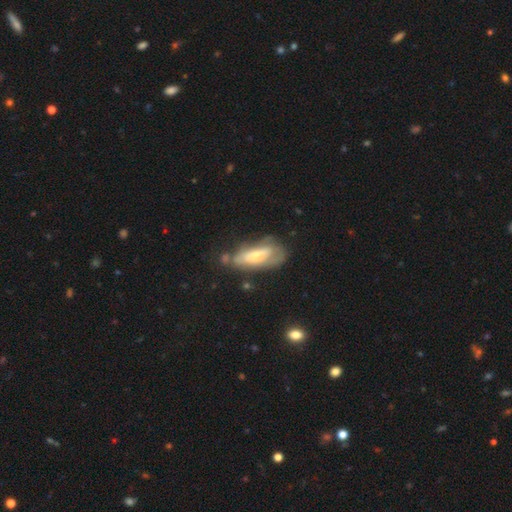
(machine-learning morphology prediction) Smooth or featured: smooth — 49% (featured or disk — 44%)
Merging: none — 42% (minor disturbance — 29%)